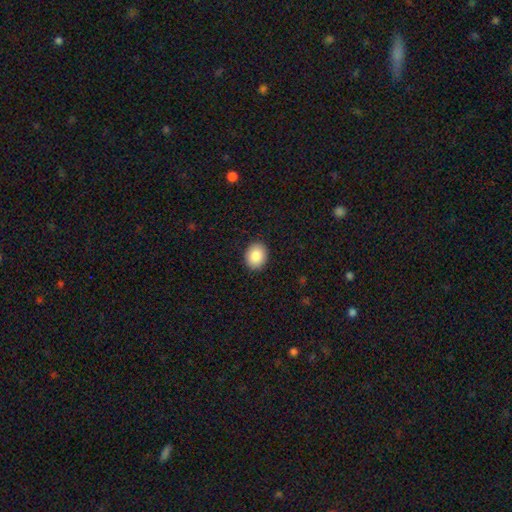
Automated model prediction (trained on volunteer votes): Smooth or featured? Predicted: smooth (p=0.86). How rounded? Predicted: round (p=0.57). Merging? Predicted: none (p=0.91).